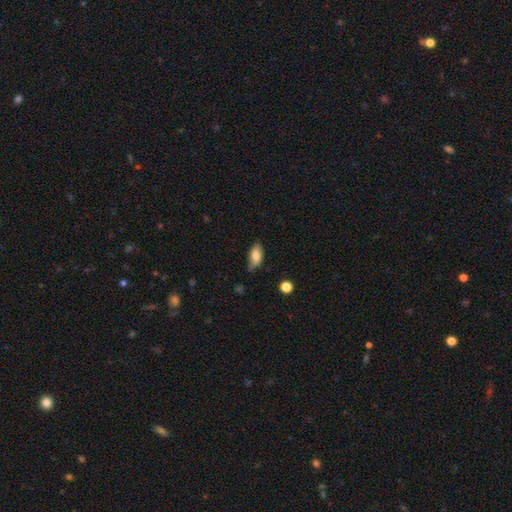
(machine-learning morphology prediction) Smooth or featured: smooth — 72% (featured or disk — 20%)
How rounded: in between — 86% (cigar-shaped — 10%)
Merging: none — 68% (minor disturbance — 26%)